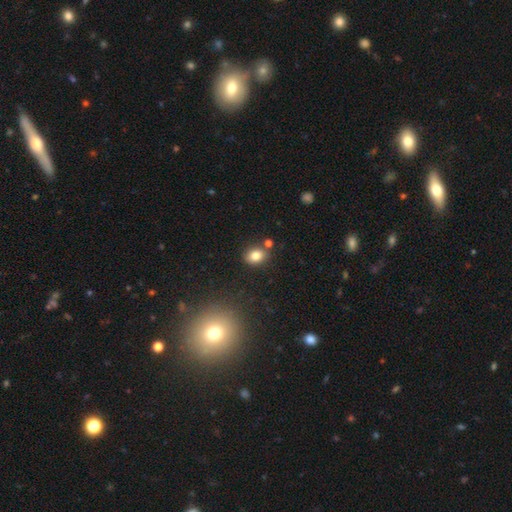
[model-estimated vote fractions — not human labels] This is clearly a smooth galaxy (82%). How rounded: possibly in between (58%). Merging: likely none (78%).